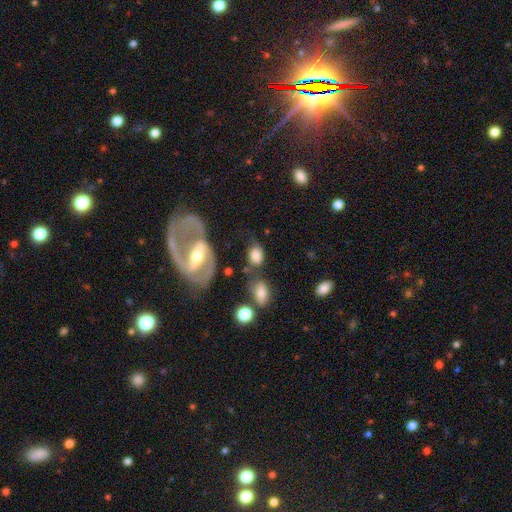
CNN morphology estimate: The model was most divided on "merging": none: 48%, minor disturbance: 20%, merger: 18%, major disturbance: 14%. More confident: how rounded — in between (75%); smooth or featured — smooth (66%).